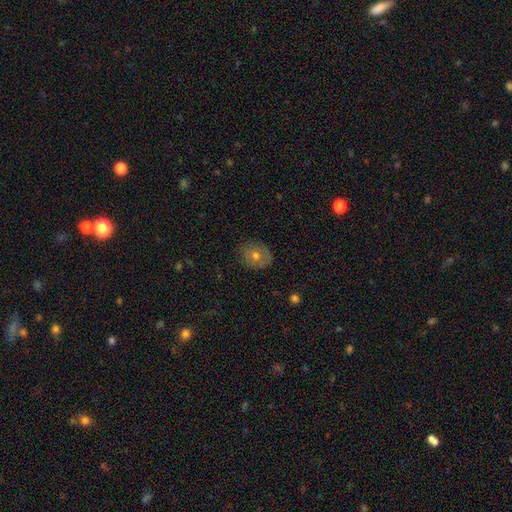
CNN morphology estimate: A smooth galaxy with no disk features (53%) that is round (67%).

Vote fractions:
- Smooth or featured? smooth: 53% / featured or disk: 35% / star or artifact: 12%
- How rounded? round: 67% / in between: 32% / cigar-shaped: 1%
- Merging? none: 79% / minor disturbance: 16% / major disturbance: 4% / merger: 1%